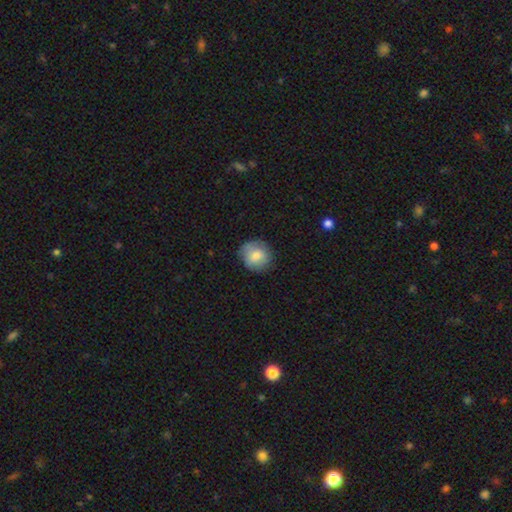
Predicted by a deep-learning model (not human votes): Morphology: type=smooth (76%); roundness=round (85%); merging=none (76%).